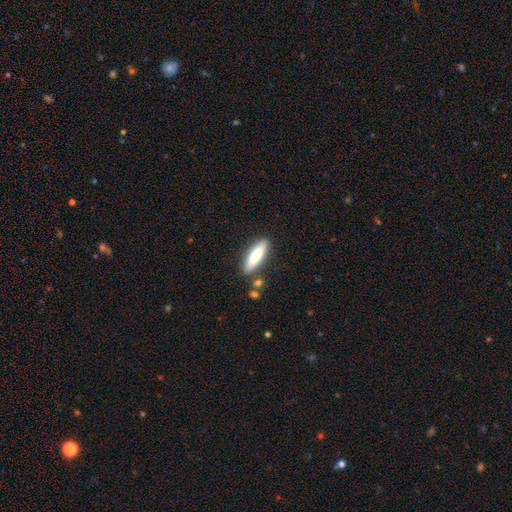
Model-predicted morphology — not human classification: This appears to be a smooth galaxy with no disk features (75%) that is cigar-shaped (57%). Merging: none (84%).